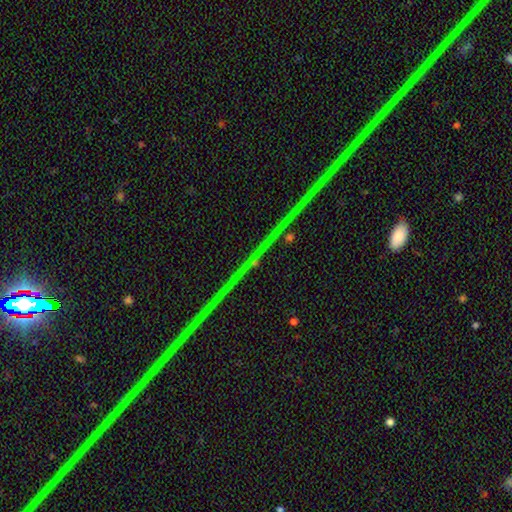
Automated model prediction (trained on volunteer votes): The model was most divided on "smooth or featured": star or artifact: 74%, featured or disk: 18%, smooth: 8%.